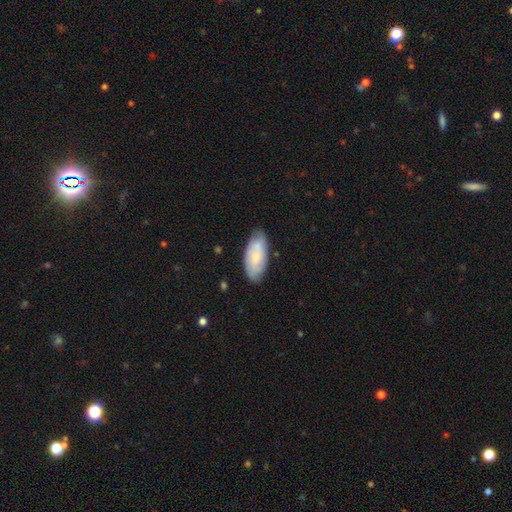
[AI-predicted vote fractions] smooth_or_featured: smooth (p=0.61) [alt: featured or disk p=0.32]
how_rounded: in between (p=0.87) [alt: cigar-shaped p=0.11]
merging: none (p=0.77) [alt: minor disturbance p=0.18]